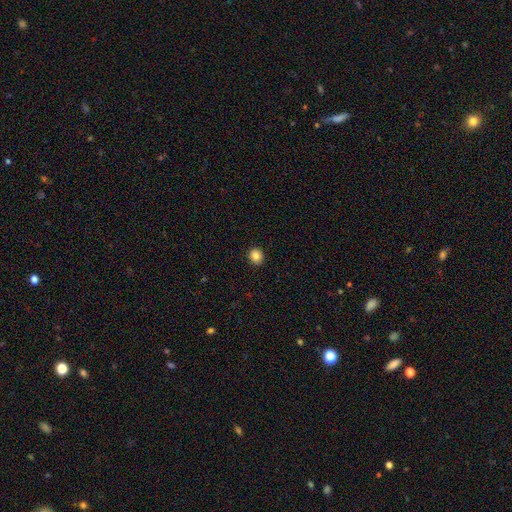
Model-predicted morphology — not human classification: smooth-or-featured: smooth: 84% | star or artifact: 10% | featured or disk: 6%
  how-rounded: round: 83% | in between: 16% | cigar-shaped: 1%
  merging: none: 92% | minor disturbance: 6% | major disturbance: 2% | merger: 1%